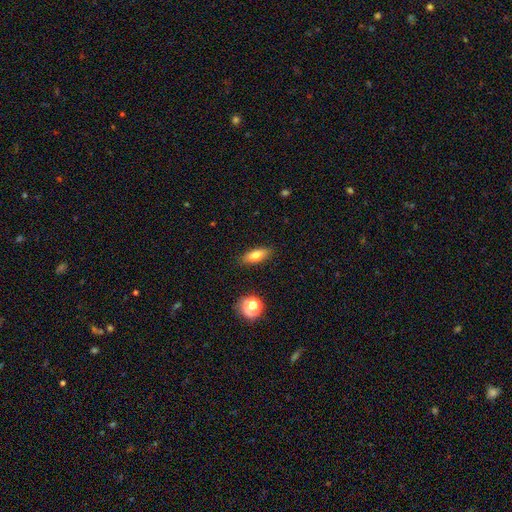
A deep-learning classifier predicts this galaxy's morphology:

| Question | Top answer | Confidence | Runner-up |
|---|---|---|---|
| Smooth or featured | smooth | 72% | featured or disk (19%) |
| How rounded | in between | 67% | cigar-shaped (28%) |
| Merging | none | 88% | minor disturbance (9%) |